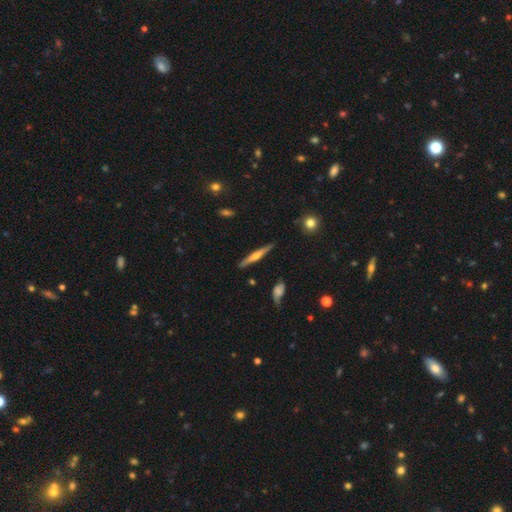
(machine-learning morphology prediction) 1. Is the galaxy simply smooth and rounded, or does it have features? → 58% featured or disk, 36% smooth, 6% star or artifact.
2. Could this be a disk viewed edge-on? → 96% yes, 4% no.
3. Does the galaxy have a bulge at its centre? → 72% rounded, 19% none, 9% boxy.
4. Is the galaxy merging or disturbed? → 87% none, 9% minor disturbance, 2% major disturbance, 2% merger.